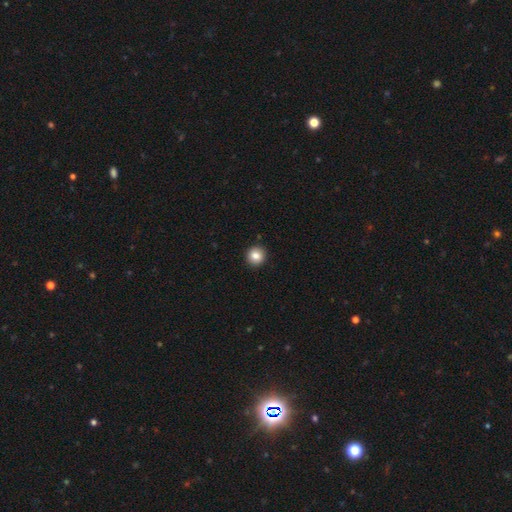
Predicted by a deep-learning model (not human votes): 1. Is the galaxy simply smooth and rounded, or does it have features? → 85% smooth, 10% star or artifact, 6% featured or disk.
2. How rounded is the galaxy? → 92% round, 7% in between, 1% cigar-shaped.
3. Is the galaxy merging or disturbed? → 93% none, 5% minor disturbance, 1% major disturbance, 1% merger.